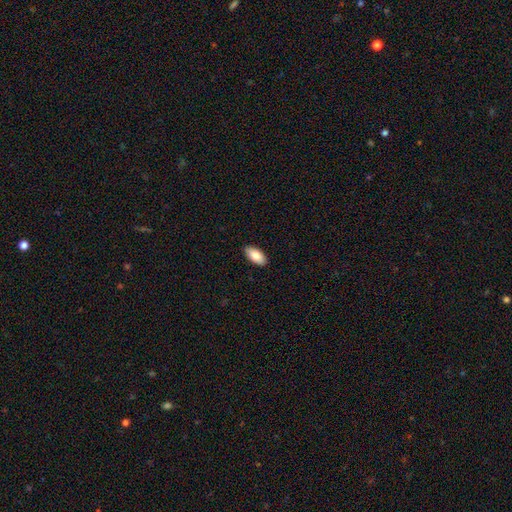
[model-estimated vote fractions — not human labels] Overall: smooth (86%). How rounded: in between (92%). Merging: none (90%).